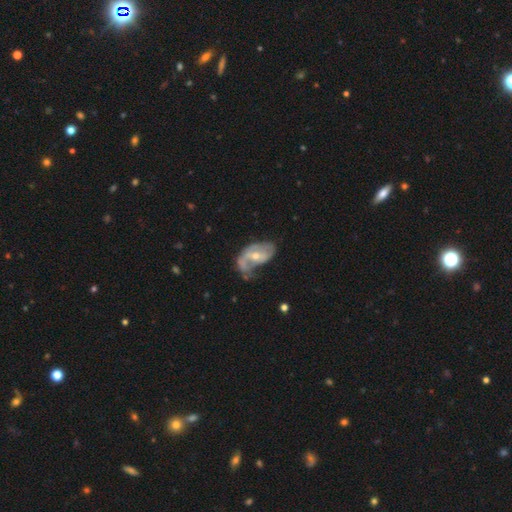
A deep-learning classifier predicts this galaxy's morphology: Smooth or featured? featured or disk (71%)
Edge-on disk? no (95%)
Bar? no (45%)
Spiral arms? yes (72%)
Bulge size? moderate (54%)
Merging? none (32%, tied with minor disturbance)